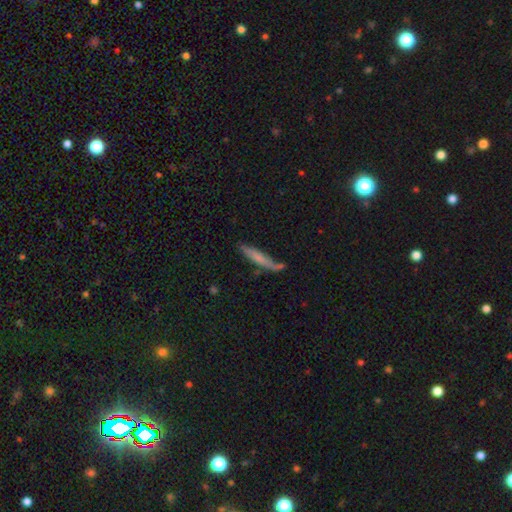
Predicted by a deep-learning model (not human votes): smooth 55%, featured or disk 37%, star or artifact 8%. Down the decision tree: how rounded — cigar-shaped (92%); merging — none (68%).